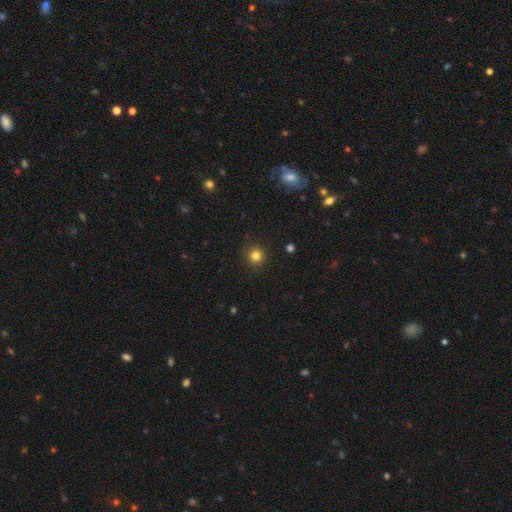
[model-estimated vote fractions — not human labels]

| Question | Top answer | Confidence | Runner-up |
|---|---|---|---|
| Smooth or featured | smooth | 81% | star or artifact (13%) |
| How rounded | round | 94% | in between (5%) |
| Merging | none | 90% | minor disturbance (7%) |